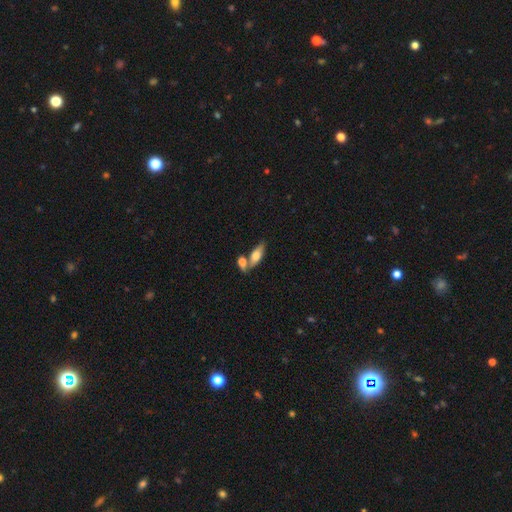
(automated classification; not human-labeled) Overall: smooth (67%). How rounded: in between (71%). Merging: none (50%; merger 34%).